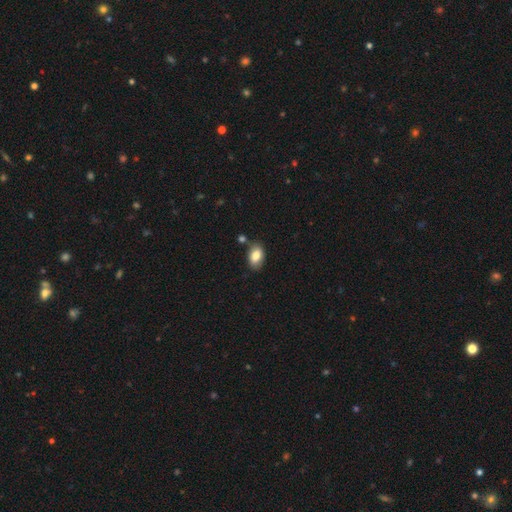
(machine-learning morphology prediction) The model was most divided on "merging": none: 77%, minor disturbance: 14%, merger: 6%, major disturbance: 3%. More confident: how rounded — in between (90%); smooth or featured — smooth (83%).